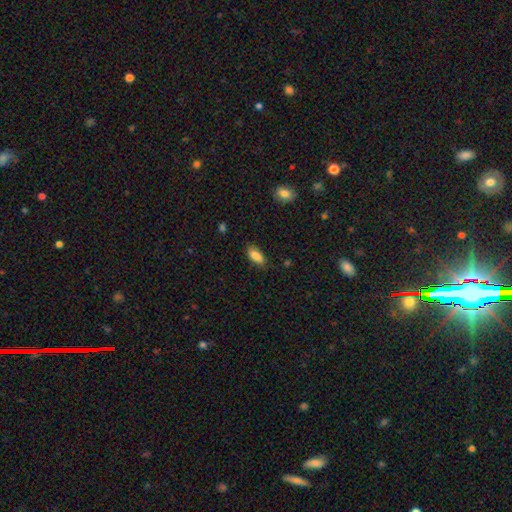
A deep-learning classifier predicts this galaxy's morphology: This is clearly a smooth galaxy (87%). How rounded: clearly in between (86%). Merging: clearly none (81%).